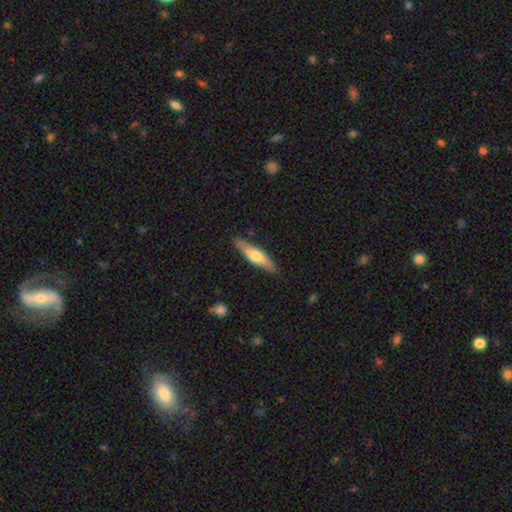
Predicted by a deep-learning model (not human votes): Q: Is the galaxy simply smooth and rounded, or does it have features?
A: smooth — 55%.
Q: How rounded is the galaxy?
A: cigar-shaped — 76%.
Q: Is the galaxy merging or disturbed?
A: none — 86%.